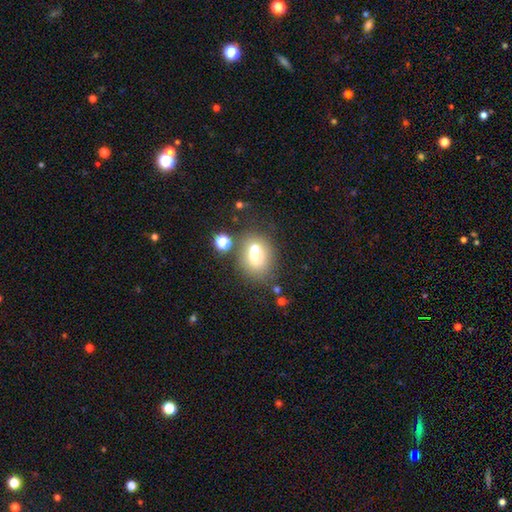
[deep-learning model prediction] The model was most divided on "merging": none: 43%, merger: 42%, minor disturbance: 10%, major disturbance: 5%. More confident: smooth or featured — smooth (65%); how rounded — round (60%).